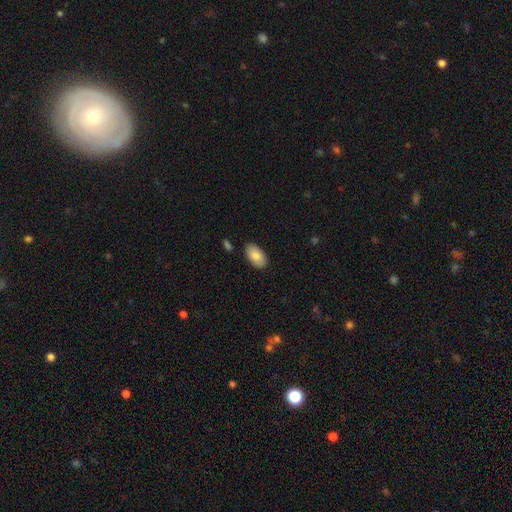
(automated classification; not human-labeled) smooth-or-featured: smooth: 83% | featured or disk: 11% | star or artifact: 6%
  how-rounded: in between: 95% | round: 4% | cigar-shaped: 1%
  merging: none: 87% | minor disturbance: 9% | major disturbance: 2% | merger: 2%